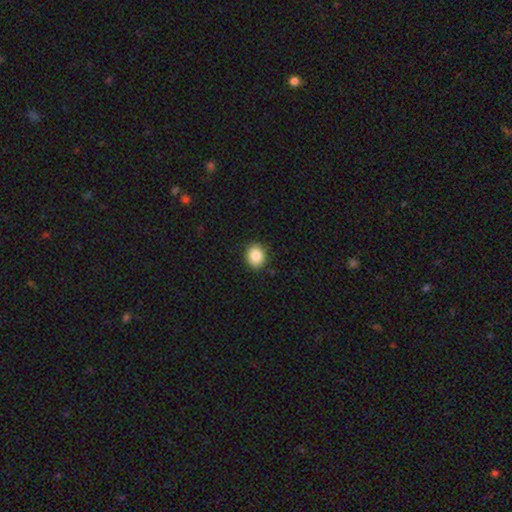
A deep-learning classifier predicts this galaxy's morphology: The model was most divided on "how rounded": round: 64%, in between: 35%, cigar-shaped: 1%. More confident: merging — none (90%); smooth or featured — smooth (87%).